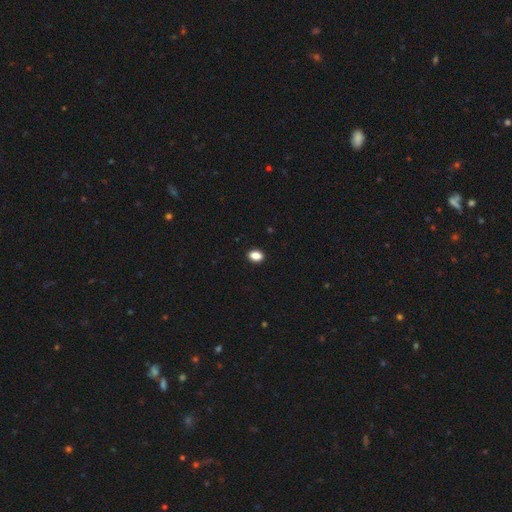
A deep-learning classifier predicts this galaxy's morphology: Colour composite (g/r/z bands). It shows a smooth galaxy with no disk features (87%) that is in between round and cigar-shaped (79%). Merging: none (91%).